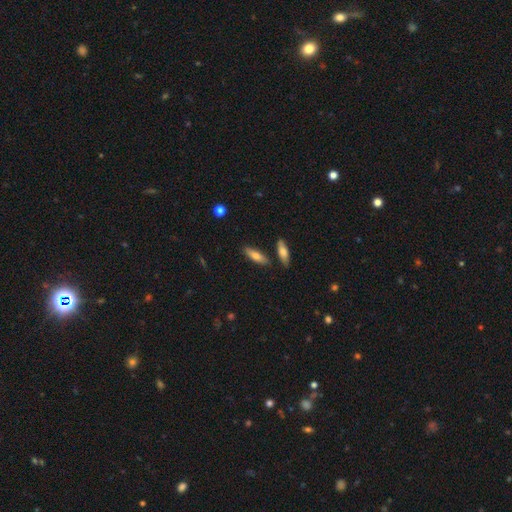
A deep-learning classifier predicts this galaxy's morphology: This is likely a smooth galaxy (72%). How rounded: possibly in between (51%). Merging: clearly none (82%).